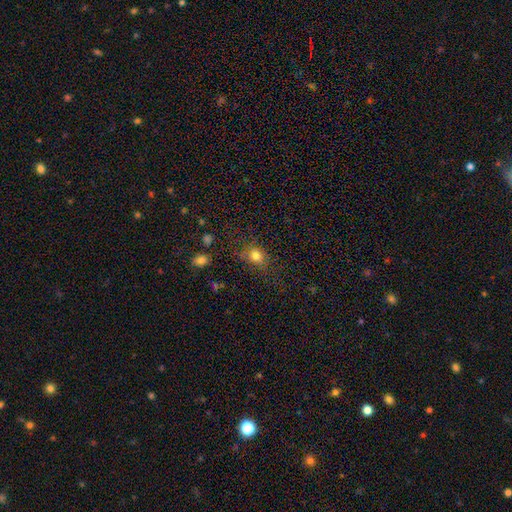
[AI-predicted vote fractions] Smooth or featured: smooth — 79% (star or artifact — 13%)
How rounded: round — 54% (in between — 44%)
Merging: none — 68% (minor disturbance — 19%)